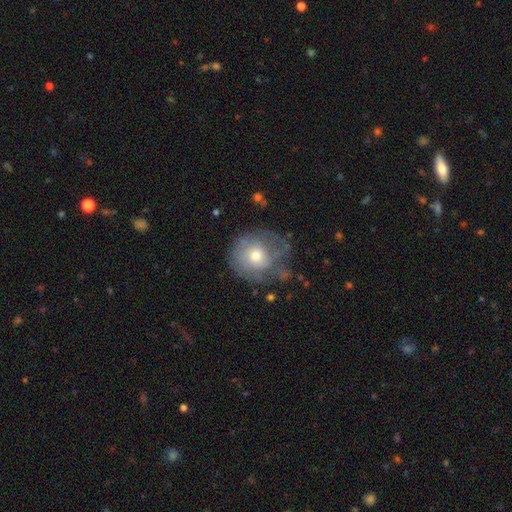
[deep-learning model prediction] A featured or disk galaxy (48%).

Vote fractions:
- Smooth or featured? featured or disk: 48% / smooth: 43% / star or artifact: 9%
- Merging? none: 51% / minor disturbance: 26% / major disturbance: 21% / merger: 2%